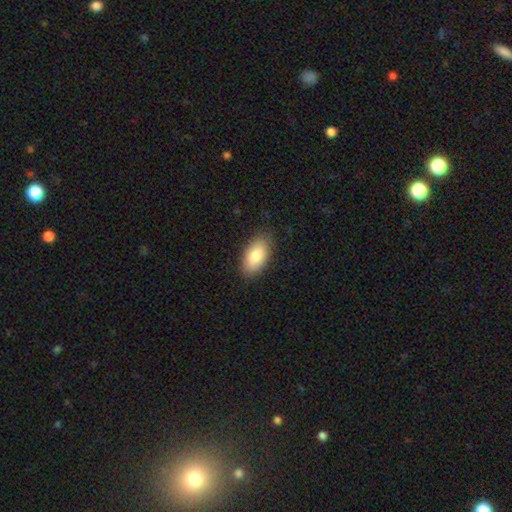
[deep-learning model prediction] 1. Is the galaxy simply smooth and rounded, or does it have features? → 84% smooth, 10% featured or disk, 6% star or artifact.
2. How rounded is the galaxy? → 94% in between, 4% cigar-shaped, 3% round.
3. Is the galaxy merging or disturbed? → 85% none, 11% minor disturbance, 2% major disturbance, 1% merger.